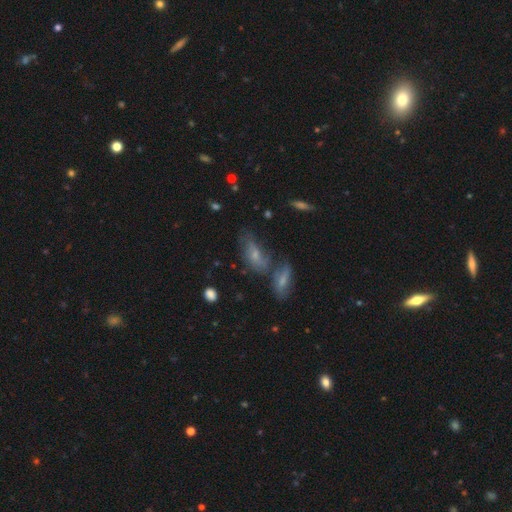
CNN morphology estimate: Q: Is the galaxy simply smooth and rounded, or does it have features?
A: smooth — 46%.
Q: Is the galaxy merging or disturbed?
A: none — 39%.